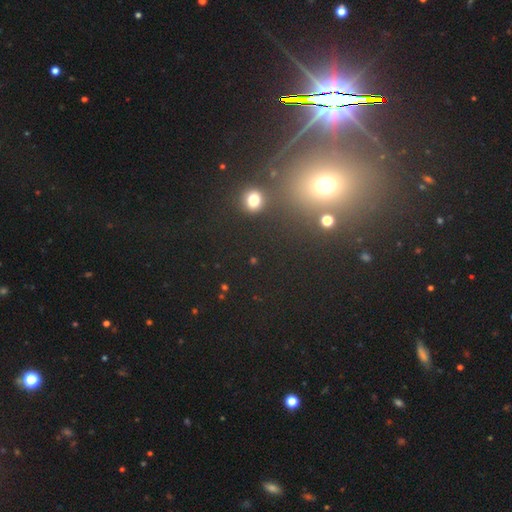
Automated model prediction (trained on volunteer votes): This is likely a star or artifact rather than a galaxy (61%).